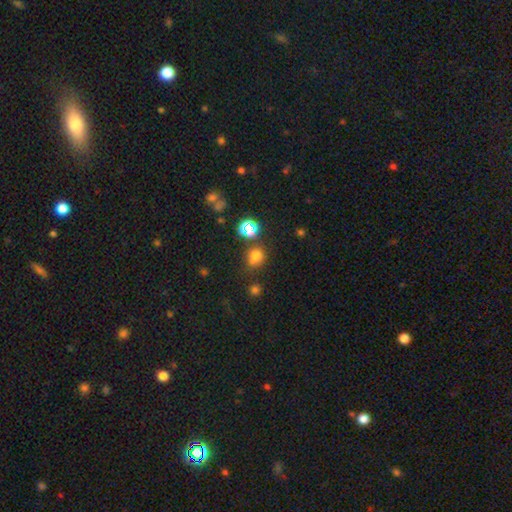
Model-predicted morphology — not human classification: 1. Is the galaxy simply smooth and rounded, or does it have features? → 67% smooth, 26% star or artifact, 7% featured or disk.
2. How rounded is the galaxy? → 76% round, 23% in between, 1% cigar-shaped.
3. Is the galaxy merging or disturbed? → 64% none, 15% merger, 15% minor disturbance, 6% major disturbance.